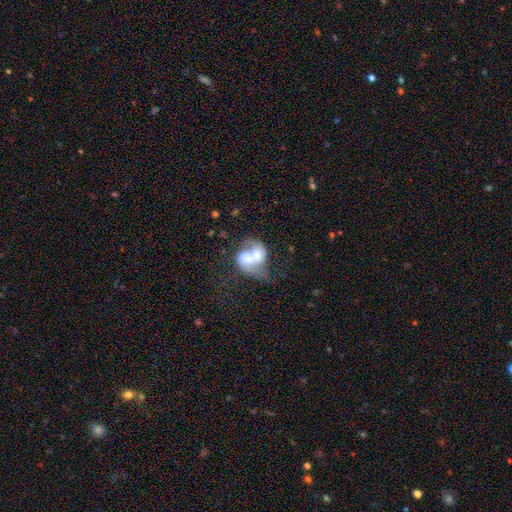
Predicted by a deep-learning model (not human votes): smooth_or_featured: featured or disk (p=0.46) [tied with: smooth p=0.46]
merging: merger (p=0.73) [alt: none p=0.11]